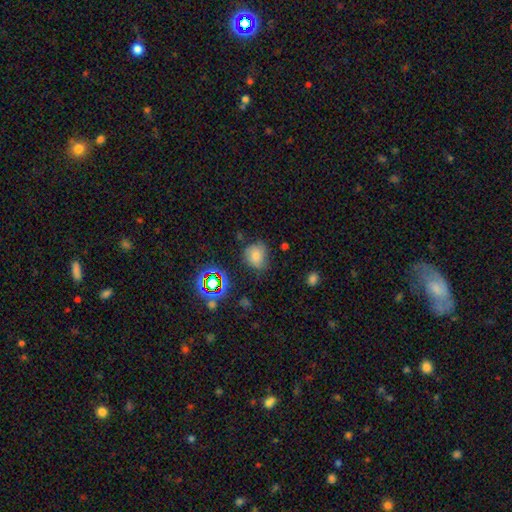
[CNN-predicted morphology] Smooth or featured? Predicted: smooth (p=0.69). How rounded? Predicted: round (p=0.67). Merging? Predicted: none (p=0.62).